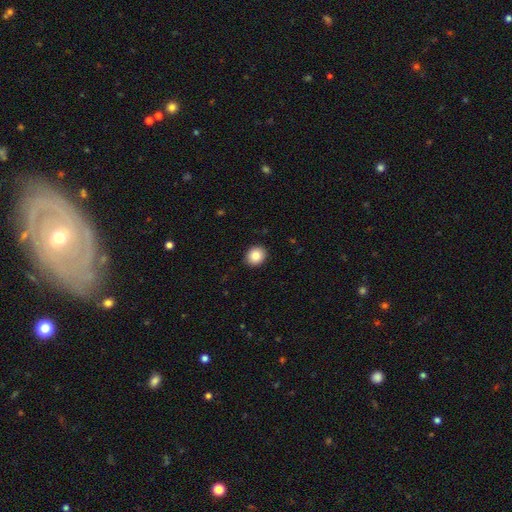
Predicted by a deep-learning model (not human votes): smooth 86%, star or artifact 9%, featured or disk 6%. Down the decision tree: how rounded — round (71%); merging — none (92%).